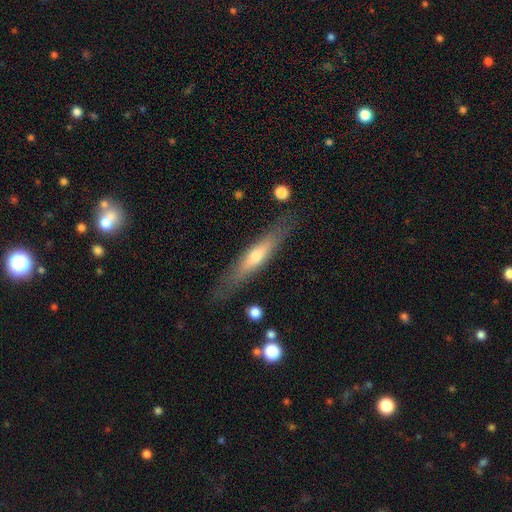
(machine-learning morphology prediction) Smooth or featured: featured or disk — 49% (smooth — 45%)
Merging: none — 81% (minor disturbance — 13%)